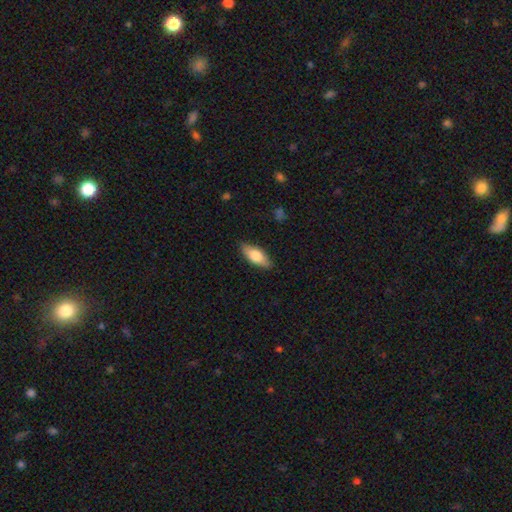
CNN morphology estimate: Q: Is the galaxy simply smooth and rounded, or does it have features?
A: smooth — 71%.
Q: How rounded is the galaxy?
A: in between — 78%.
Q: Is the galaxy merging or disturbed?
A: none — 86%.